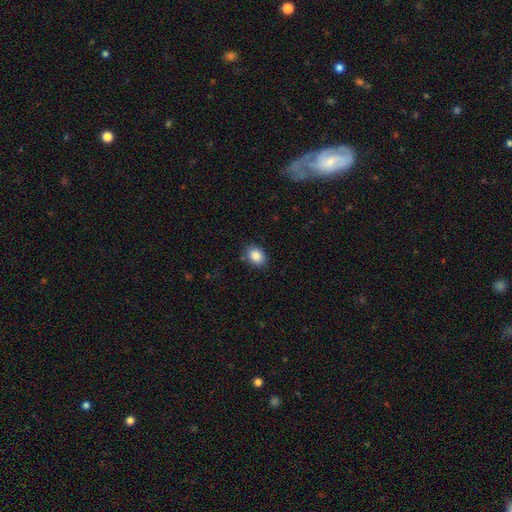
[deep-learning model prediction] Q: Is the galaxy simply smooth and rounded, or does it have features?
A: smooth — 86%.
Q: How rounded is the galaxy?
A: in between — 76%.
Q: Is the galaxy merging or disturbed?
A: none — 84%.